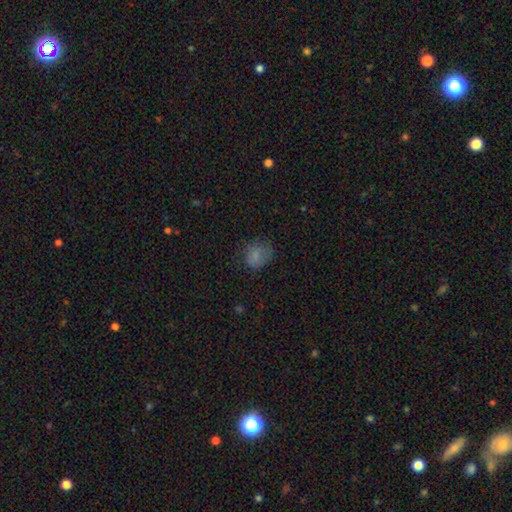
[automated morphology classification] Q: Smooth or featured?
A: smooth (78%); runner-up: star or artifact (12%)
Q: How rounded?
A: round (61%); runner-up: in between (38%)
Q: Merging?
A: none (60%); runner-up: minor disturbance (26%)